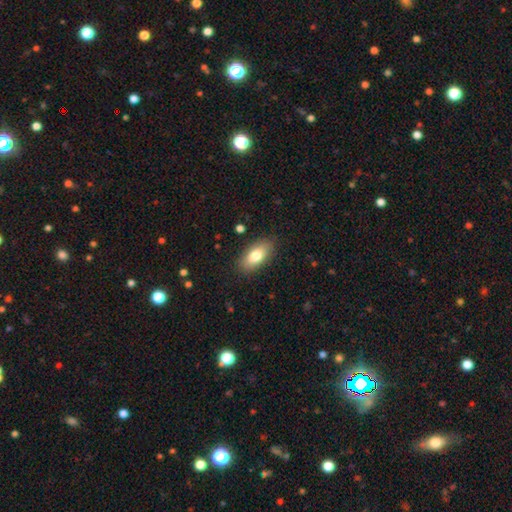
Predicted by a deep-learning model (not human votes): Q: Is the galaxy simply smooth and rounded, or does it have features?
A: smooth — 78%.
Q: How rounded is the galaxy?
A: in between — 87%.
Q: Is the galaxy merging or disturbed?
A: none — 86%.